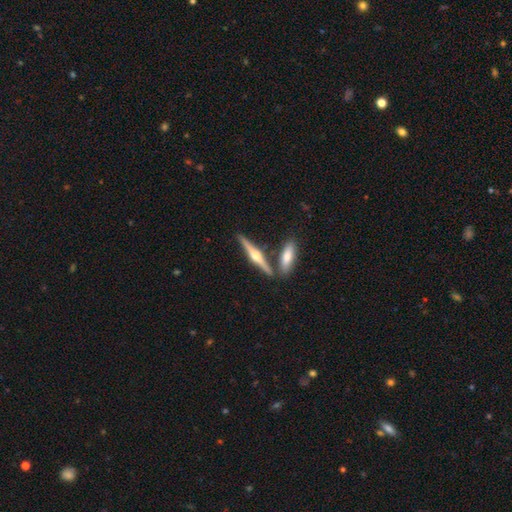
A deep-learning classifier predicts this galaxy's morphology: Overall: featured or disk (74%). Edge-on disk: yes (97%). Edge-on bulge: rounded (94%). Merging: none (75%).